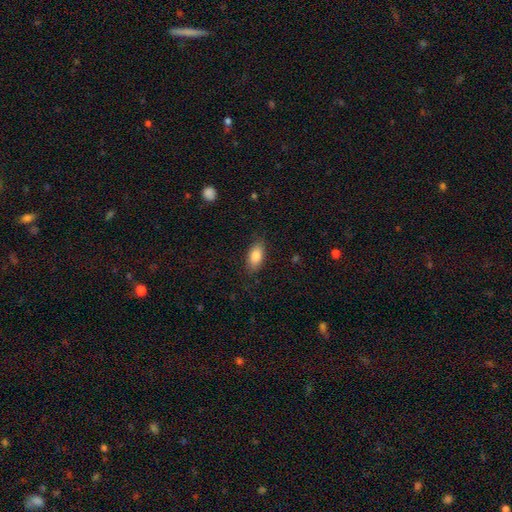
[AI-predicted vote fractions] smooth_or_featured: smooth (p=0.83) [alt: featured or disk p=0.10]
how_rounded: in between (p=0.88) [alt: cigar-shaped p=0.08]
merging: none (p=0.84) [alt: minor disturbance p=0.12]